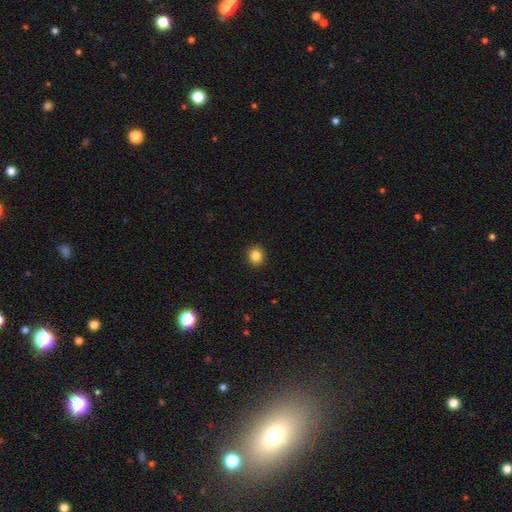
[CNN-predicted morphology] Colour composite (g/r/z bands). It shows a smooth galaxy with no disk features (86%) that is round (87%). Merging: none (93%).